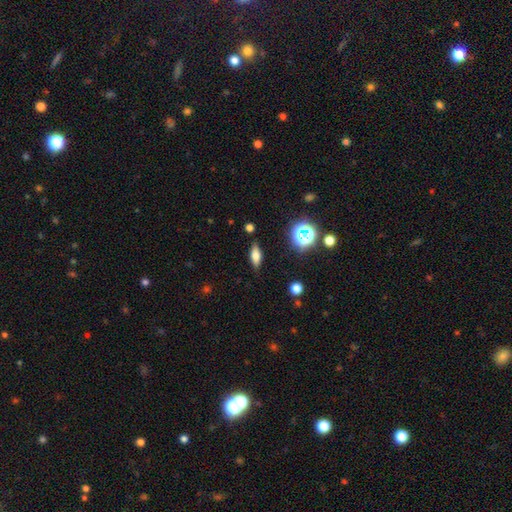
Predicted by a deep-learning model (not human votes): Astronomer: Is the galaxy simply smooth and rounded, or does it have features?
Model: smooth — 62%.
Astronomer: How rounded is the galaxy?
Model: in between — 64%.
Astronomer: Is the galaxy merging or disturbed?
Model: none — 85%.